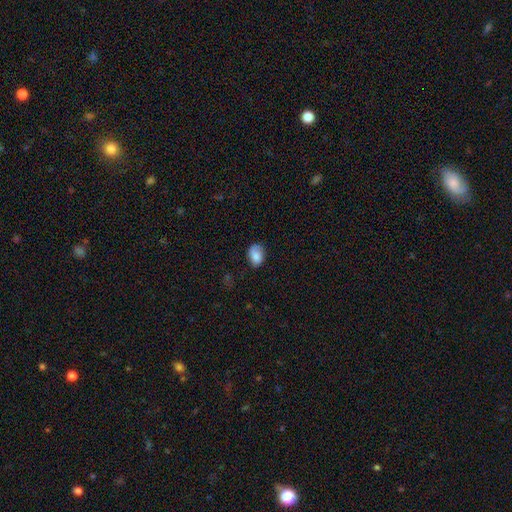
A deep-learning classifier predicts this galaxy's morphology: Overall: smooth (82%). How rounded: in between (76%). Merging: none (62%; minor disturbance 28%).